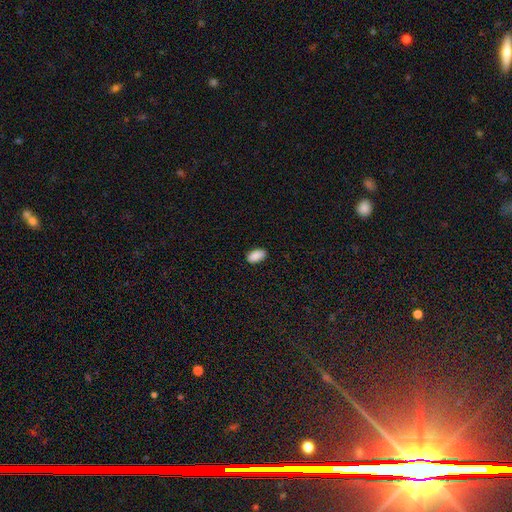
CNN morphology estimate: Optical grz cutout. It shows a smooth galaxy with no disk features (90%) that is in between round and cigar-shaped (94%). Merging: none (87%).